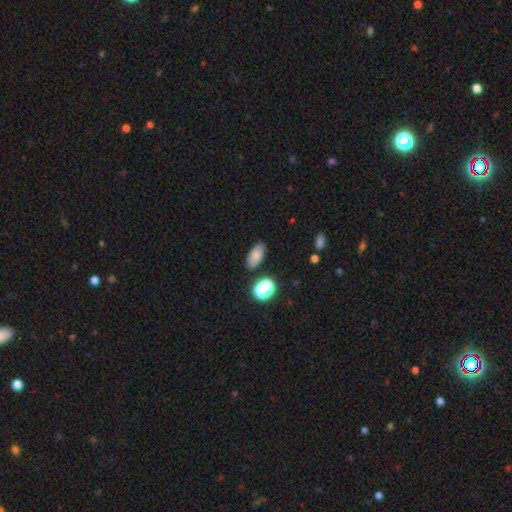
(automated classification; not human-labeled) Morphology: type=smooth (79%); roundness=in between (88%); merging=none (81%).